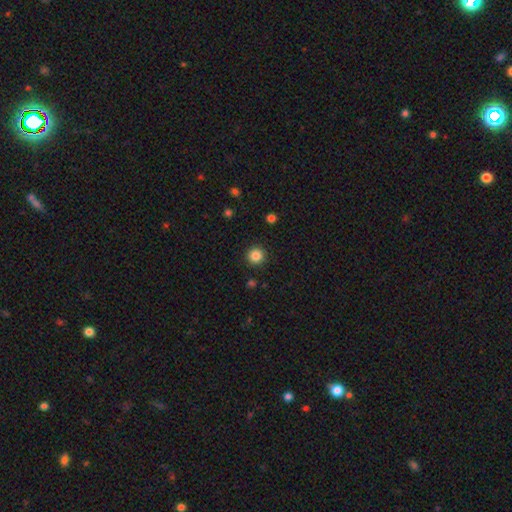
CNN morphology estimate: smooth_or_featured: smooth (p=0.85) [alt: star or artifact p=0.11]
how_rounded: round (p=0.95) [alt: in between p=0.05]
merging: none (p=0.92) [alt: minor disturbance p=0.05]